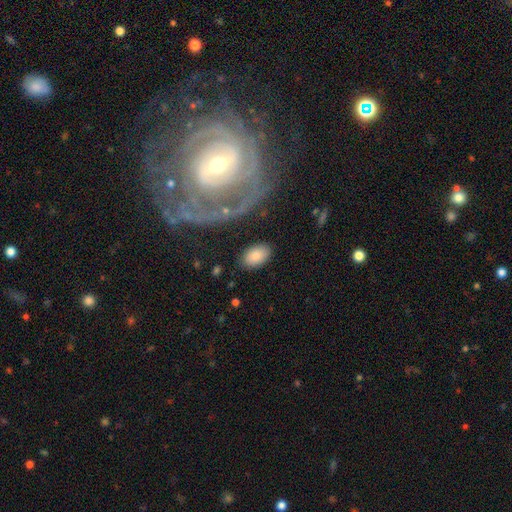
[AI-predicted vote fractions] Smooth or featured: smooth — 83% (featured or disk — 10%)
How rounded: in between — 92% (round — 7%)
Merging: none — 82% (minor disturbance — 11%)